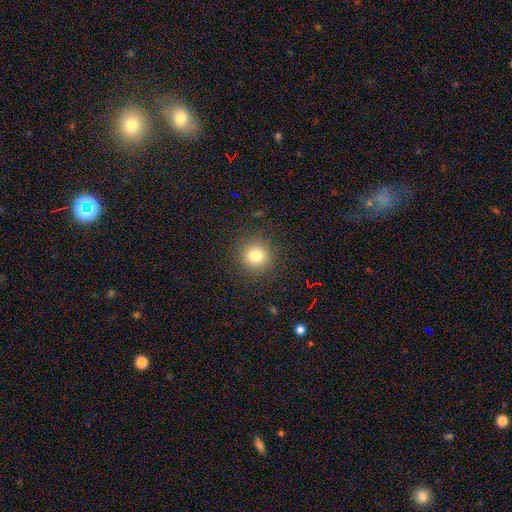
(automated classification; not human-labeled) Q: Smooth or featured?
A: smooth (80%); runner-up: star or artifact (13%)
Q: How rounded?
A: round (93%); runner-up: in between (6%)
Q: Merging?
A: none (90%); runner-up: minor disturbance (6%)